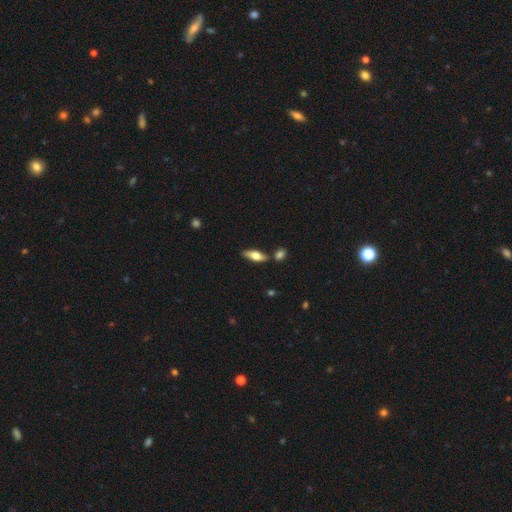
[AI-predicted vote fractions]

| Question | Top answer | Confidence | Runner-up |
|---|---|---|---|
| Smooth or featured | smooth | 60% | featured or disk (34%) |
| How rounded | in between | 61% | cigar-shaped (36%) |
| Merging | none | 74% | minor disturbance (13%) |